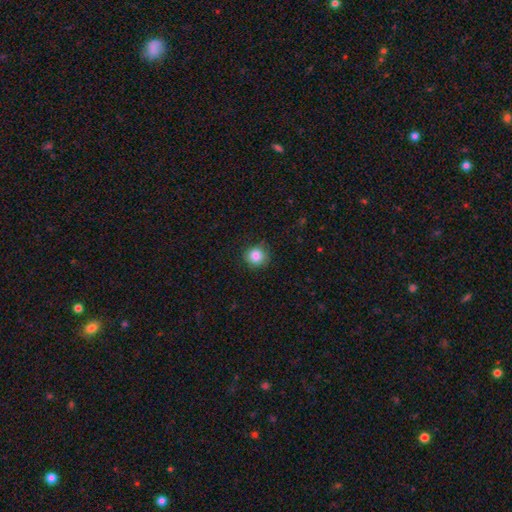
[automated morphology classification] The model was most divided on "merging": none: 85%, minor disturbance: 11%, major disturbance: 3%, merger: 1%. More confident: how rounded — round (92%); smooth or featured — smooth (85%).